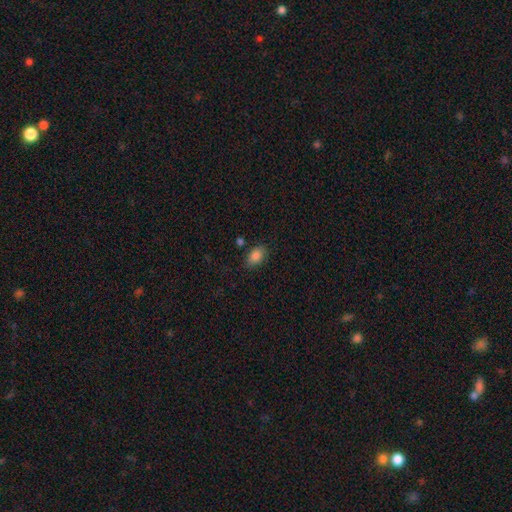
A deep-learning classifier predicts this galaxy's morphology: The model was most divided on "merging": none: 79%, minor disturbance: 14%, major disturbance: 3%, merger: 3%. More confident: how rounded — in between (87%); smooth or featured — smooth (85%).